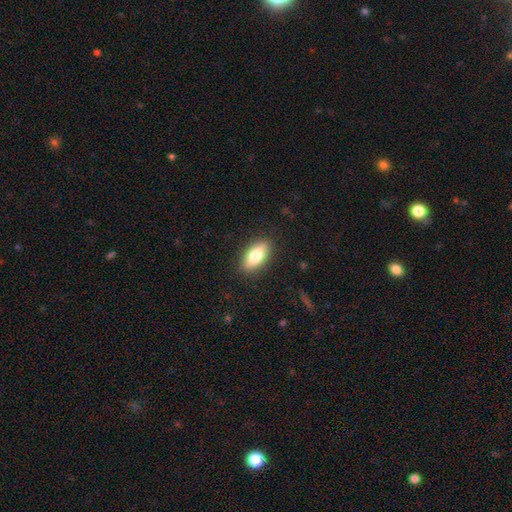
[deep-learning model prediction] Smooth or featured?
  - smooth: 76% *
  - featured or disk: 18%
  - star or artifact: 7%
How rounded?
  - in between: 84% *
  - cigar-shaped: 12%
  - round: 4%
Merging?
  - none: 88% *
  - minor disturbance: 9%
  - major disturbance: 2%
  - merger: 1%